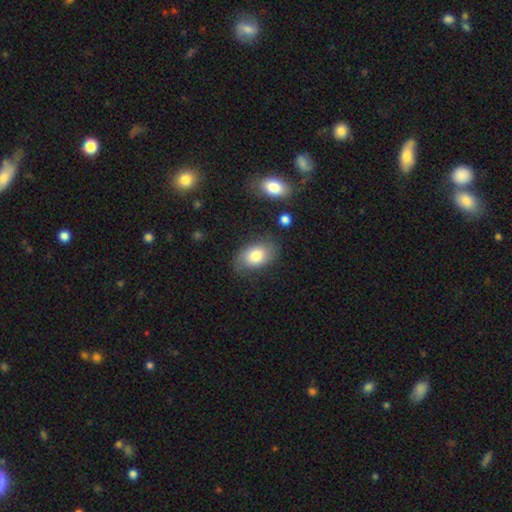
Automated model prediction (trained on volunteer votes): This is likely a smooth galaxy (73%). How rounded: clearly in between (88%). Merging: likely none (68%).